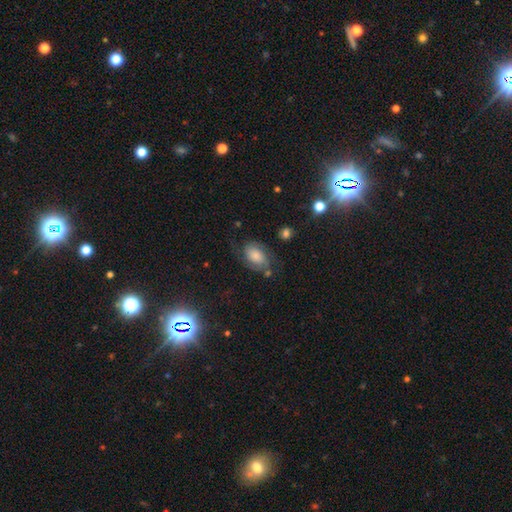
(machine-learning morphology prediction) smooth_or_featured: featured or disk (p=0.51) [alt: smooth p=0.39]
disk_edge_on: no (p=0.96) [alt: yes p=0.04]
merging: none (p=0.57) [alt: minor disturbance p=0.23]